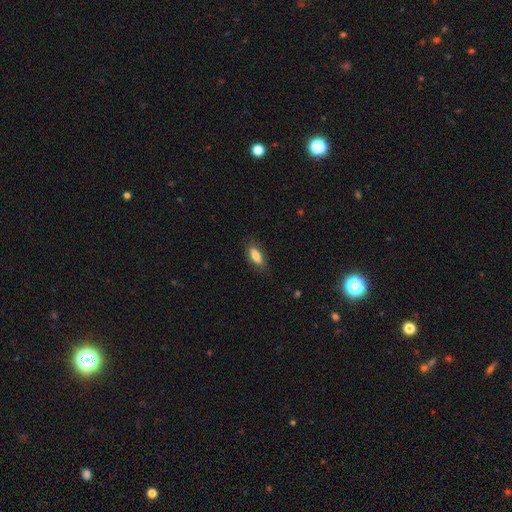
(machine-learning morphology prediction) smooth 77%, featured or disk 16%, star or artifact 7%. Down the decision tree: how rounded — in between (83%); merging — none (81%).